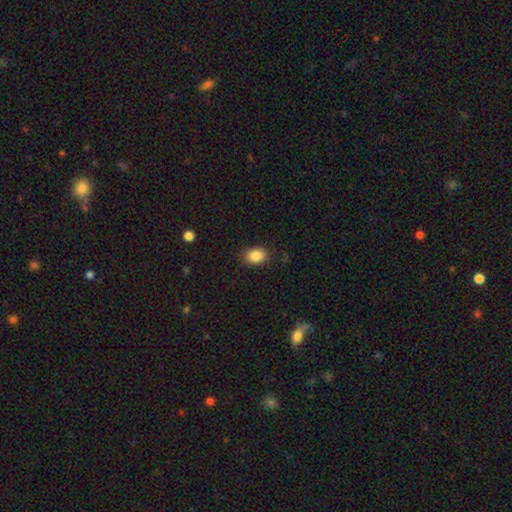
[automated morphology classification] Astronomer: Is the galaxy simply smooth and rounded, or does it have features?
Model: smooth — 86%.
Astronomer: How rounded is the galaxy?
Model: in between — 69%.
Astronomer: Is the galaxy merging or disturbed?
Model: none — 86%.